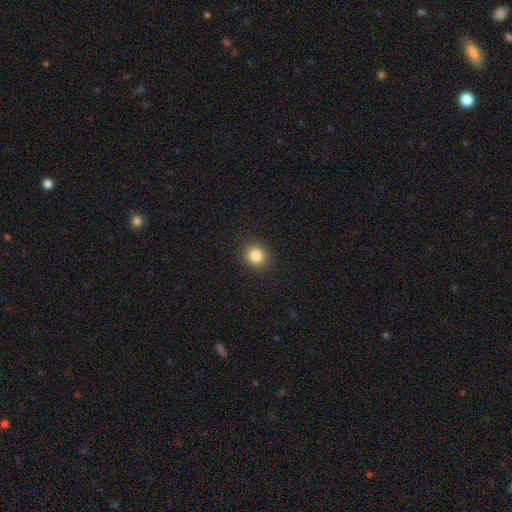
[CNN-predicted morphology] Smooth or featured?
  - smooth: 85% *
  - star or artifact: 11%
  - featured or disk: 5%
How rounded?
  - round: 82% *
  - in between: 17%
  - cigar-shaped: 1%
Merging?
  - none: 91% *
  - minor disturbance: 6%
  - major disturbance: 2%
  - merger: 1%